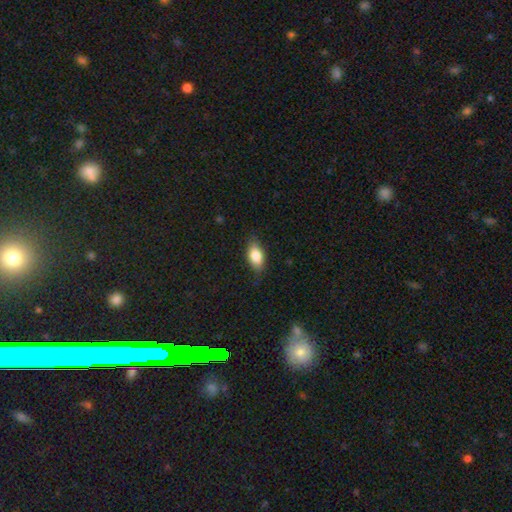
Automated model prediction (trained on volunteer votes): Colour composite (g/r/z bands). It shows a smooth galaxy with no disk features (80%) that is in between round and cigar-shaped (87%). Merging: none (77%).